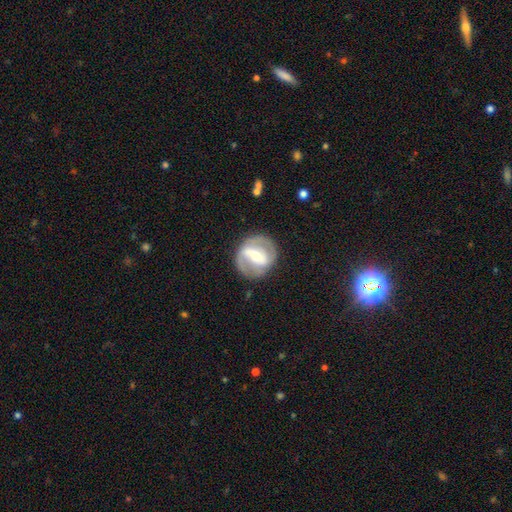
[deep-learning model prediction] featured or disk 75%, smooth 19%, star or artifact 5%. Down the decision tree: edge-on disk — no (96%); bar — strong (55%); spiral arms — yes (69%); spiral arm count — 2 (83%); spiral winding — medium (44%); bulge size — moderate (52%); merging — none (80%).